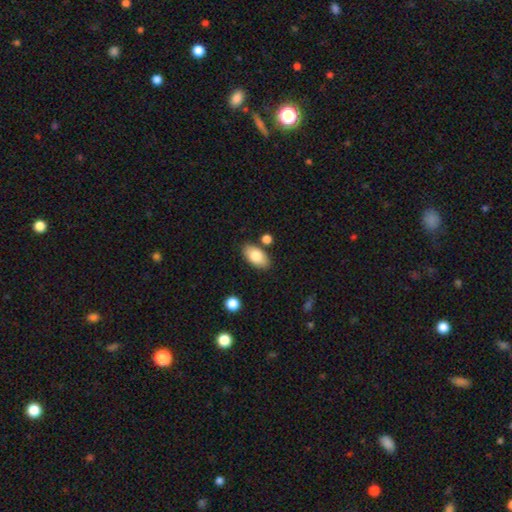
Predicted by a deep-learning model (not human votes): smooth 82%, featured or disk 12%, star or artifact 7%. Down the decision tree: how rounded — in between (93%); merging — none (81%).